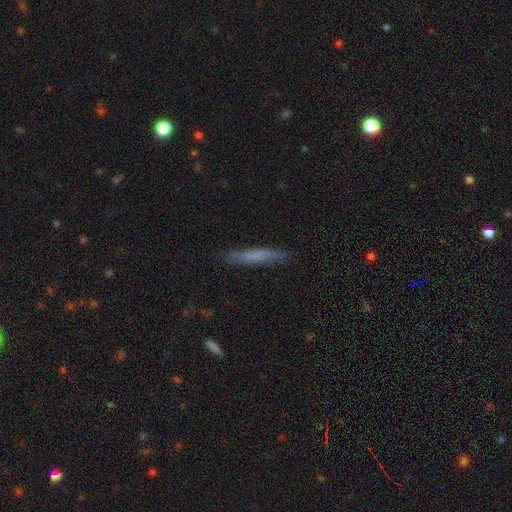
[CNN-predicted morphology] smooth-or-featured: smooth: 65% | featured or disk: 28% | star or artifact: 7%
  how-rounded: cigar-shaped: 95% | in between: 4% | round: 1%
  merging: none: 87% | minor disturbance: 10% | major disturbance: 2% | merger: 1%